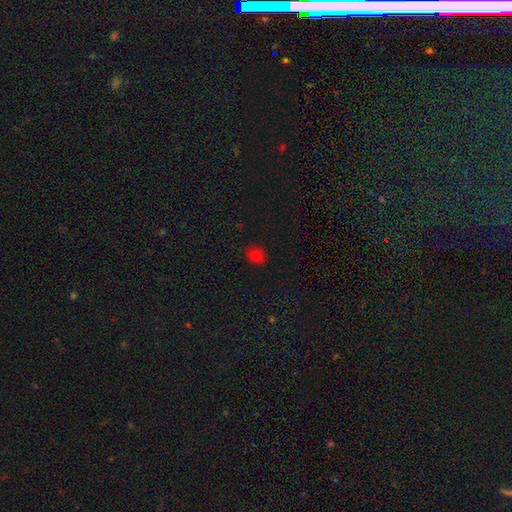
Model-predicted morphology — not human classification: smooth 77%, star or artifact 19%, featured or disk 4%. Down the decision tree: how rounded — round (50%); merging — none (84%).